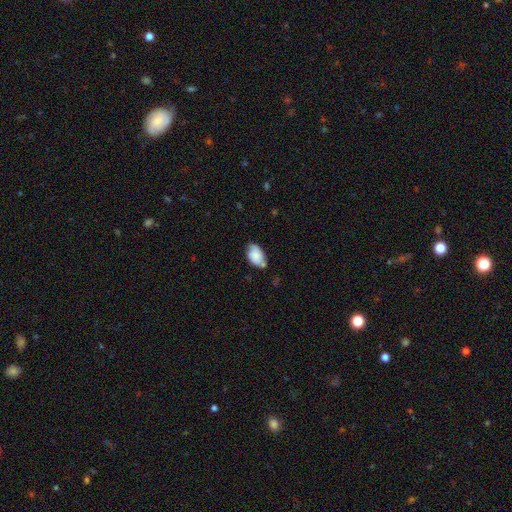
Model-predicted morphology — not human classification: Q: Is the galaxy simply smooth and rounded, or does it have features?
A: smooth — 77%.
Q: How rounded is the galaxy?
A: in between — 91%.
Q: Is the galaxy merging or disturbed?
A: none — 55%.